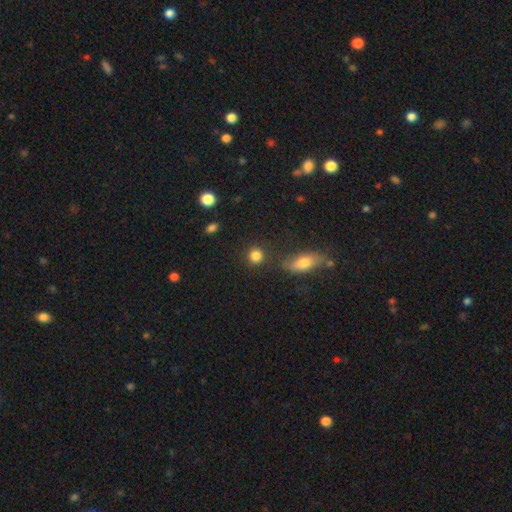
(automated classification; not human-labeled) Q: Smooth or featured?
A: smooth (84%); runner-up: star or artifact (10%)
Q: How rounded?
A: round (86%); runner-up: in between (12%)
Q: Merging?
A: none (83%); runner-up: minor disturbance (8%)